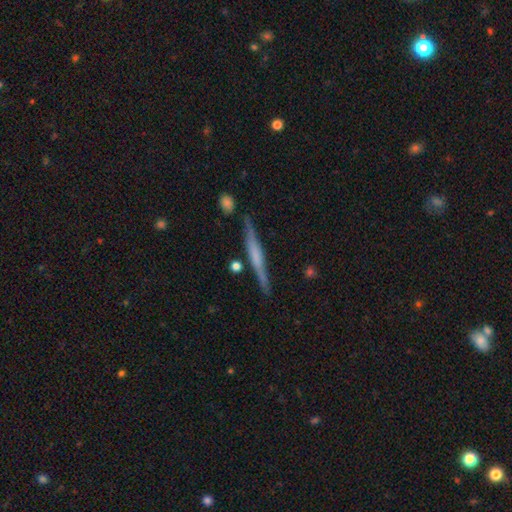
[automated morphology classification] smooth_or_featured: featured or disk (p=0.60) [alt: smooth p=0.34]
disk_edge_on: yes (p=0.97) [alt: no p=0.03]
edge_on_bulge: none (p=0.46) [alt: rounded p=0.27]
merging: none (p=0.82) [alt: minor disturbance p=0.12]